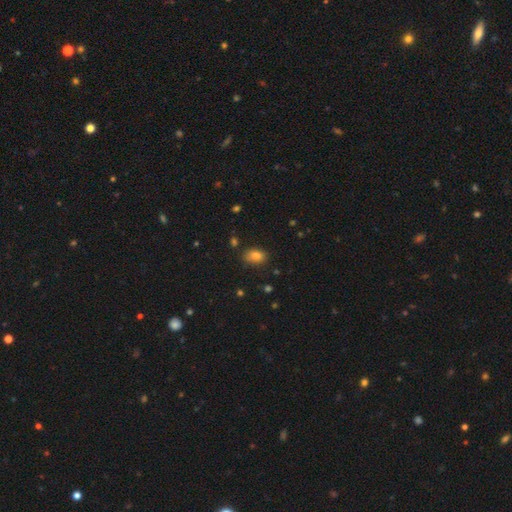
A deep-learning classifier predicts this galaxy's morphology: The model was most divided on "merging": none: 77%, minor disturbance: 17%, major disturbance: 4%, merger: 2%. More confident: how rounded — in between (84%); smooth or featured — smooth (83%).